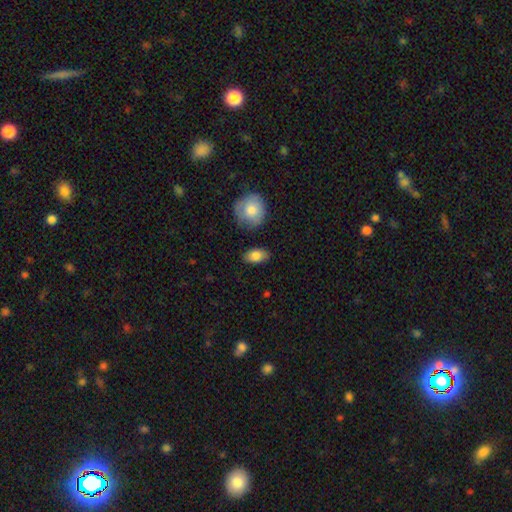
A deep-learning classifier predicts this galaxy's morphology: Smooth or featured?
  - smooth: 84% *
  - featured or disk: 9%
  - star or artifact: 7%
How rounded?
  - in between: 89% *
  - round: 9%
  - cigar-shaped: 2%
Merging?
  - none: 82% *
  - minor disturbance: 12%
  - major disturbance: 3%
  - merger: 3%